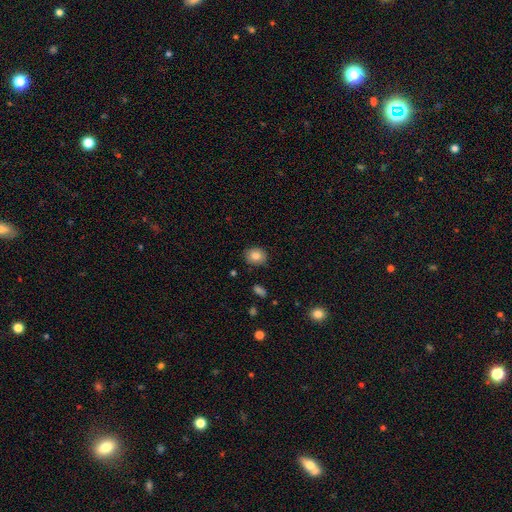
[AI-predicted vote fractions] Morphology: type=smooth (82%); roundness=round (65%); merging=none (86%).